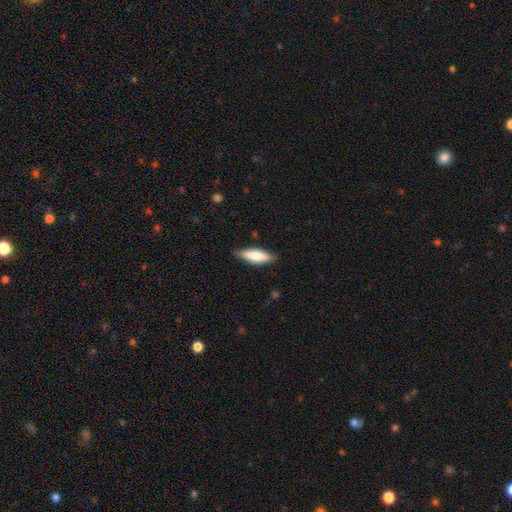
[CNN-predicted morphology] This appears to be a smooth galaxy with no disk features (73%) that is in between round and cigar-shaped (57%). Merging: none (83%).